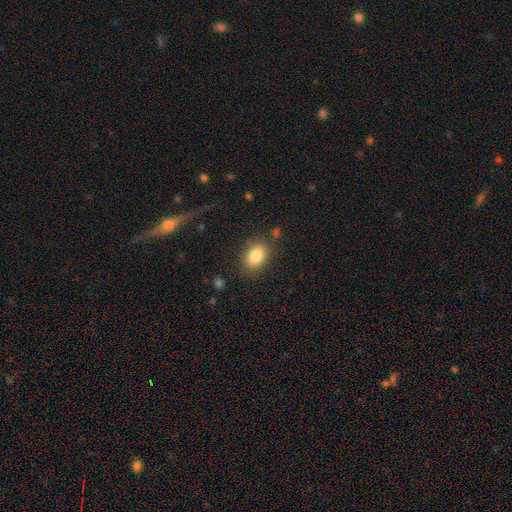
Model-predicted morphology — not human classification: Smooth or featured?
  - smooth: 83% *
  - star or artifact: 8%
  - featured or disk: 8%
How rounded?
  - in between: 79% *
  - round: 20%
  - cigar-shaped: 1%
Merging?
  - none: 83% *
  - minor disturbance: 11%
  - major disturbance: 4%
  - merger: 2%